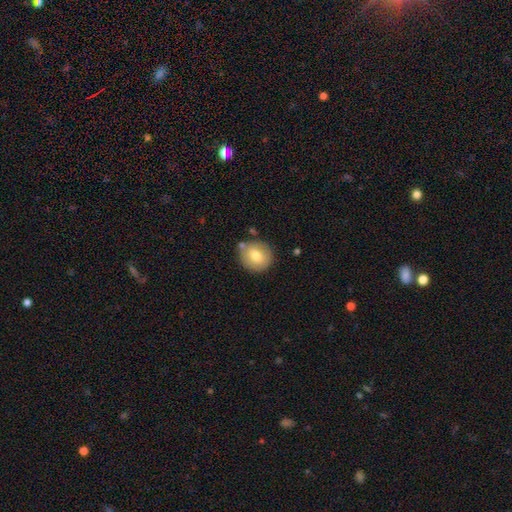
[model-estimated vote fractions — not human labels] smooth-or-featured: smooth: 76% | featured or disk: 16% | star or artifact: 9%
  how-rounded: round: 87% | in between: 12% | cigar-shaped: 1%
  merging: none: 78% | minor disturbance: 12% | merger: 7% | major disturbance: 3%